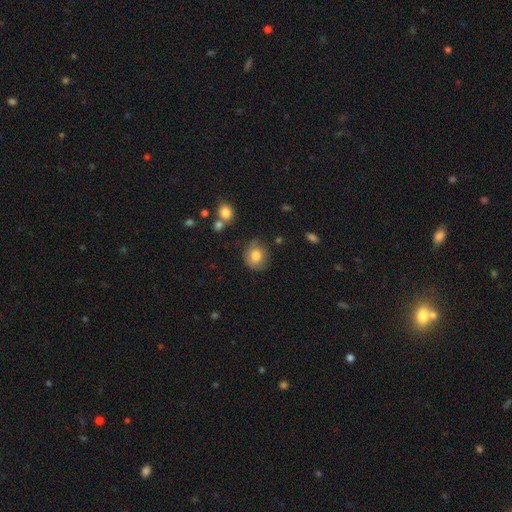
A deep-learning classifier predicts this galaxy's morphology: A smooth galaxy with no disk features (79%) that is round (78%). Merging: none (71%).